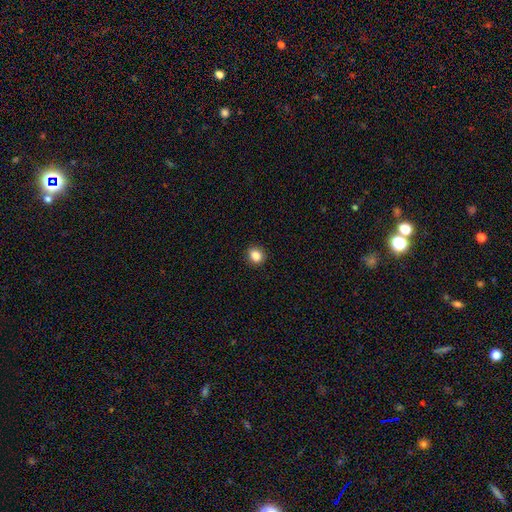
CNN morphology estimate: smooth 86%, star or artifact 10%, featured or disk 4%. Down the decision tree: how rounded — round (70%); merging — none (91%).